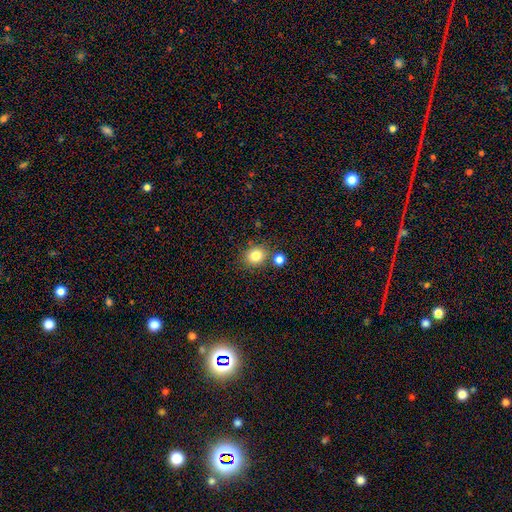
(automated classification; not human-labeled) smooth_or_featured: smooth (p=0.81) [alt: star or artifact p=0.12]
how_rounded: round (p=0.75) [alt: in between p=0.24]
merging: none (p=0.74) [alt: merger p=0.13]